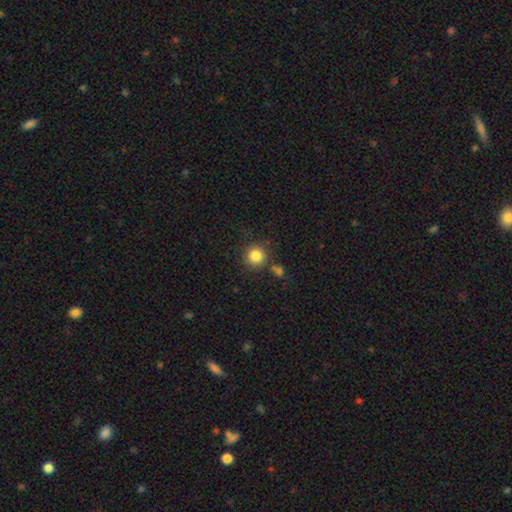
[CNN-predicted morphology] Overall: smooth (84%). How rounded: round (92%). Merging: none (80%).